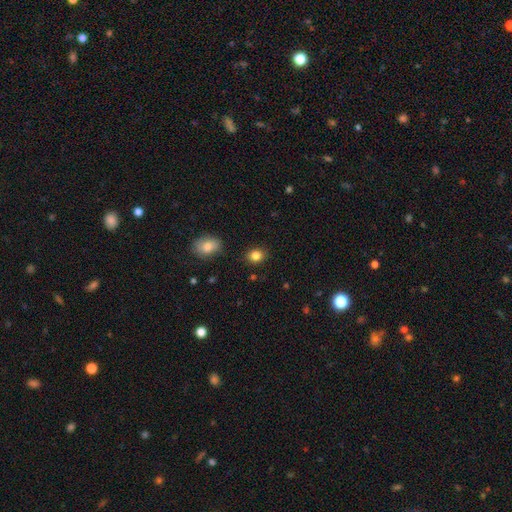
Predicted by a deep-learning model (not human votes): Smooth or featured: smooth — 85% (star or artifact — 11%)
How rounded: round — 59% (in between — 40%)
Merging: none — 86% (minor disturbance — 9%)